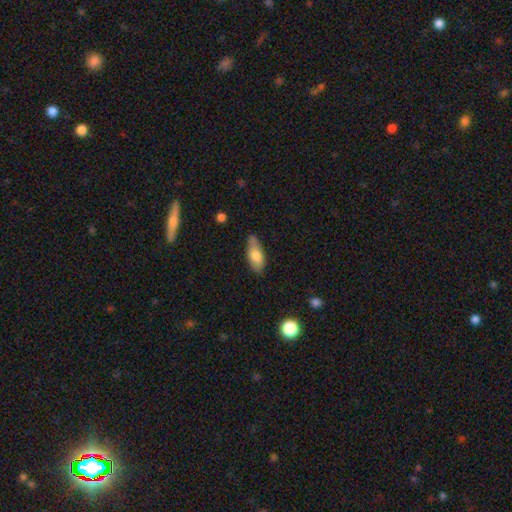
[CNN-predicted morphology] Smooth or featured? smooth (73%)
How rounded? in between (81%)
Merging? none (65%)